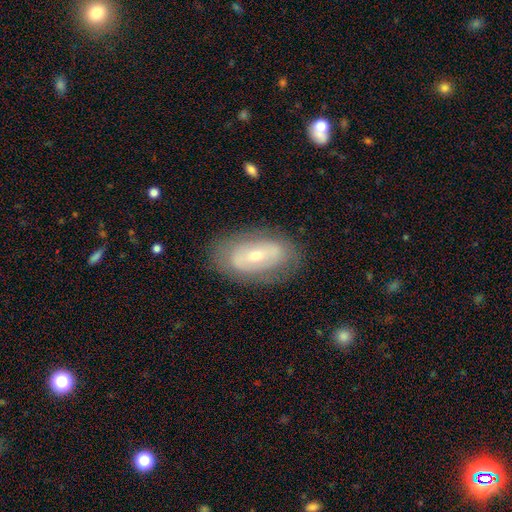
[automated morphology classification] type=featured or disk (59%); edge-on=no (89%); bar=no (45%); spiral arms=no (62%); bulge=small (56%); merging=none (79%).